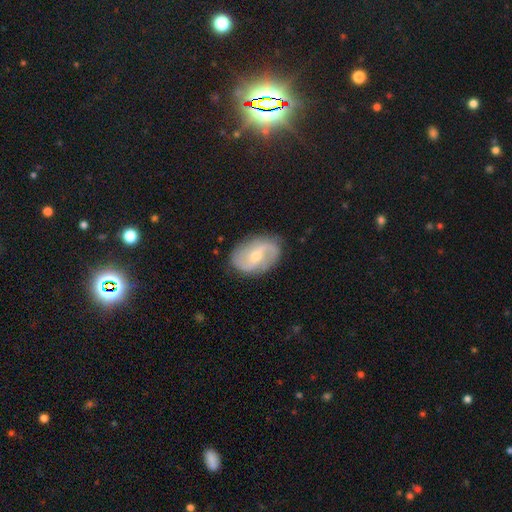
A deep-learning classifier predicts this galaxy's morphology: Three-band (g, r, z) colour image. It shows a featured or disk galaxy (81%) with a weak bar (45%), 2 (87%) loose (46%) spiral arms (94%) and a small central bulge (55%). Merging: none (81%).